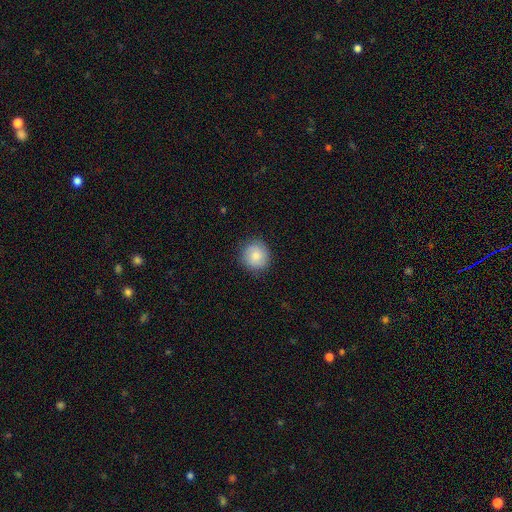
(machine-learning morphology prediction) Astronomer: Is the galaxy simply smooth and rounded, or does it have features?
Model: smooth — 82%.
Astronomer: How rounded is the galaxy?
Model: round — 92%.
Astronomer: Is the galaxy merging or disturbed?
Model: none — 87%.